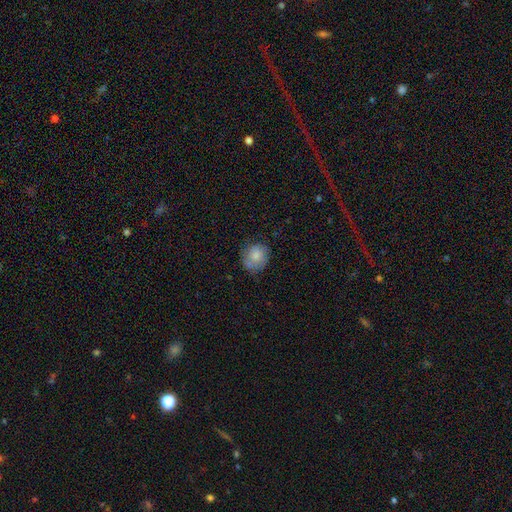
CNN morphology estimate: Q: Smooth or featured?
A: smooth (78%); runner-up: featured or disk (14%)
Q: How rounded?
A: round (76%); runner-up: in between (23%)
Q: Merging?
A: none (67%); runner-up: minor disturbance (24%)